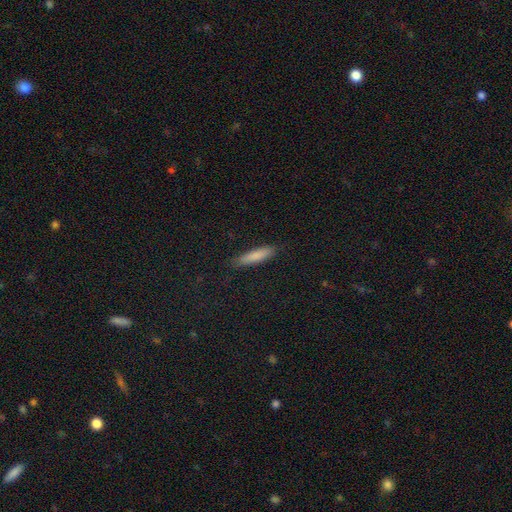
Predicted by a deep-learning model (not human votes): Overall: smooth (81%). How rounded: cigar-shaped (84%). Merging: none (87%).